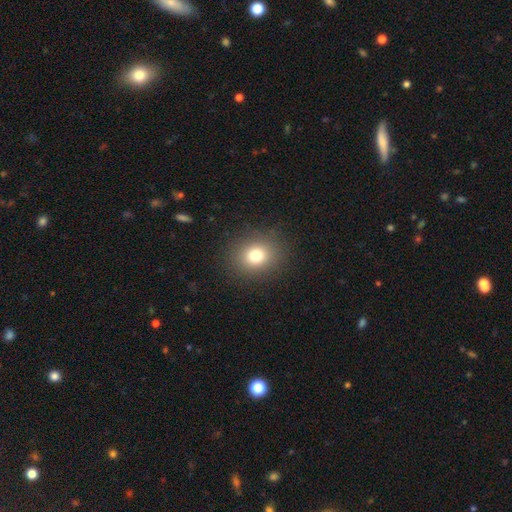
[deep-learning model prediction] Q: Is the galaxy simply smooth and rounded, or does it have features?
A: smooth — 77%.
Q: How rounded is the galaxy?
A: round — 71%.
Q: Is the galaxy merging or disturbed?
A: none — 89%.